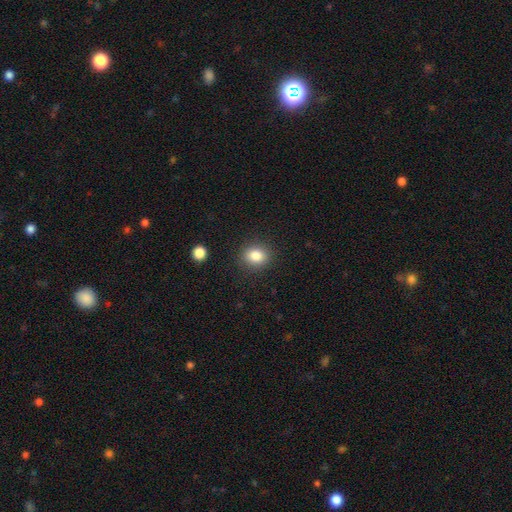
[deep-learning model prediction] A smooth galaxy with no disk features (83%) that is round (68%).

Vote fractions:
- Smooth or featured? smooth: 83% / star or artifact: 11% / featured or disk: 6%
- How rounded? round: 68% / in between: 31% / cigar-shaped: 1%
- Merging? none: 88% / minor disturbance: 8% / major disturbance: 3% / merger: 1%